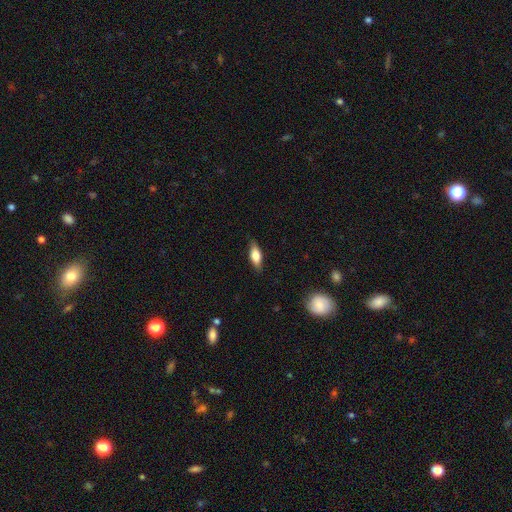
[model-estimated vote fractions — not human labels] smooth 72%, featured or disk 22%, star or artifact 7%. Down the decision tree: how rounded — in between (73%); merging — none (82%).